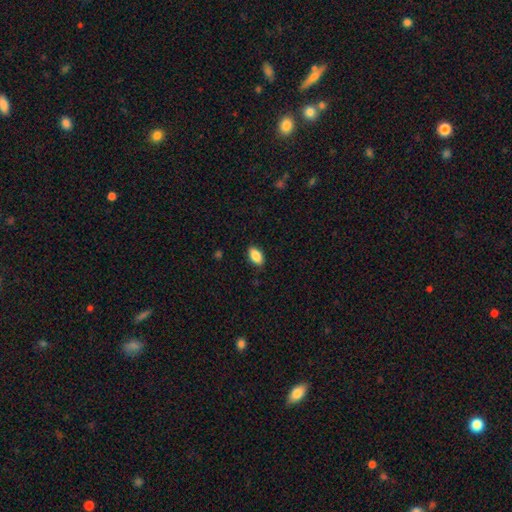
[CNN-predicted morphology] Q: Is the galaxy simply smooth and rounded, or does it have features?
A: smooth — 87%.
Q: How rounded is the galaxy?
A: in between — 92%.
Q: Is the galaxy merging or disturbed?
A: none — 87%.